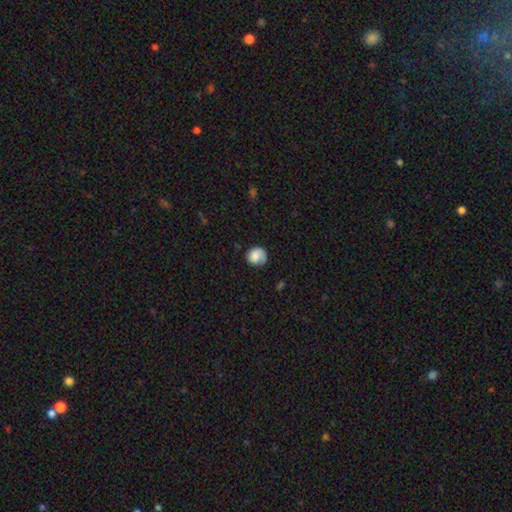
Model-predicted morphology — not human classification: smooth 74%, featured or disk 19%, star or artifact 7%. Down the decision tree: how rounded — round (83%); merging — none (65%).